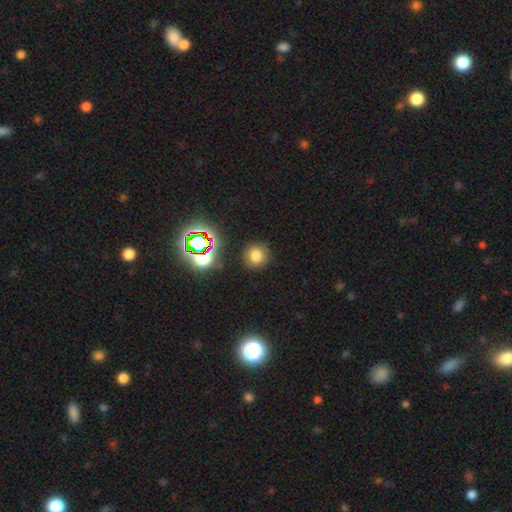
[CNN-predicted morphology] type=smooth (74%); roundness=round (91%); merging=none (88%).